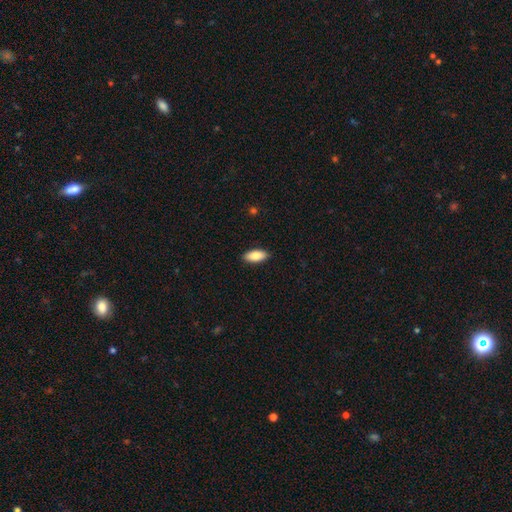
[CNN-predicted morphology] Overall: smooth (86%). How rounded: in between (89%). Merging: none (89%).